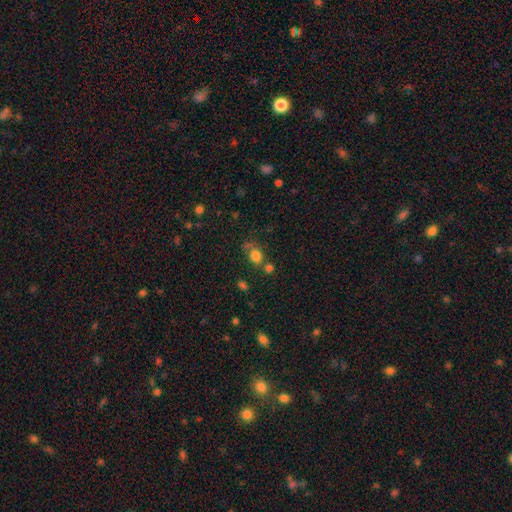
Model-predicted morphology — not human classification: Q: Smooth or featured?
A: smooth (78%); runner-up: star or artifact (15%)
Q: How rounded?
A: round (66%); runner-up: in between (32%)
Q: Merging?
A: none (55%); runner-up: merger (21%)